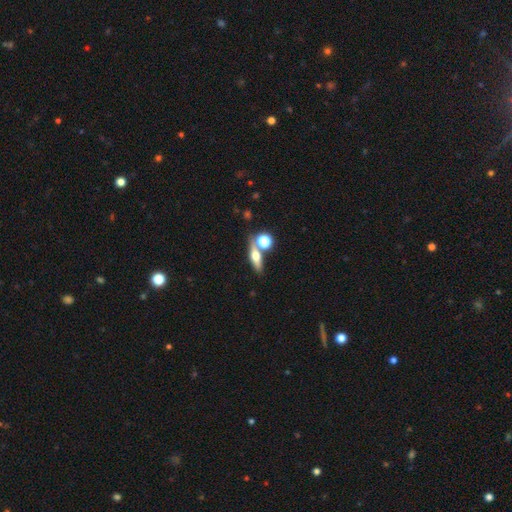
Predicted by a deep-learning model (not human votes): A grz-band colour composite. It shows a smooth galaxy with no disk features (50%) that is cigar-shaped (41%). Merging: none (61%).